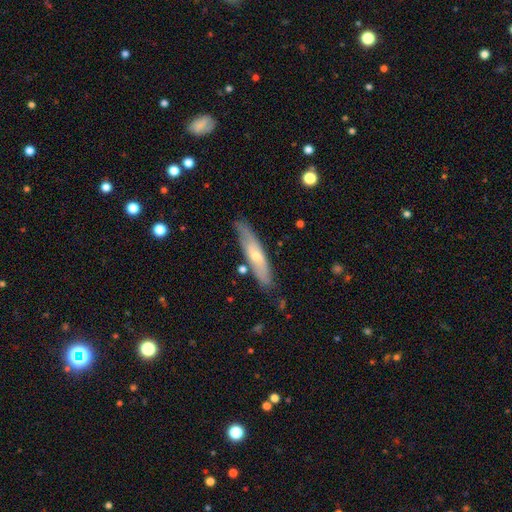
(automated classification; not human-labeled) Q: Smooth or featured?
A: featured or disk (50%); runner-up: smooth (45%)
Q: Merging?
A: none (78%); runner-up: minor disturbance (16%)